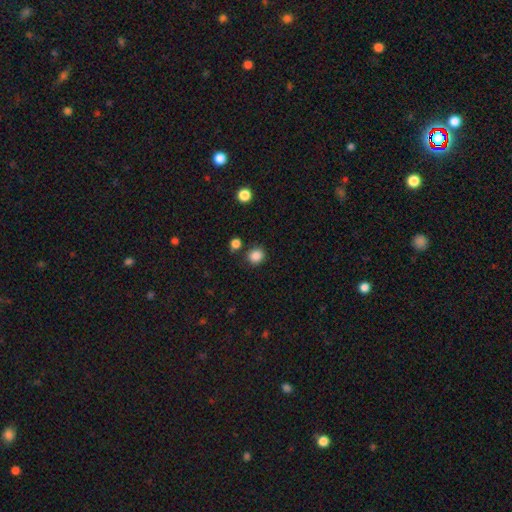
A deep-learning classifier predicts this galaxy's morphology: The model was most divided on "how rounded": round: 84%, in between: 15%, cigar-shaped: 1%. More confident: smooth or featured — smooth (86%); merging — none (83%).